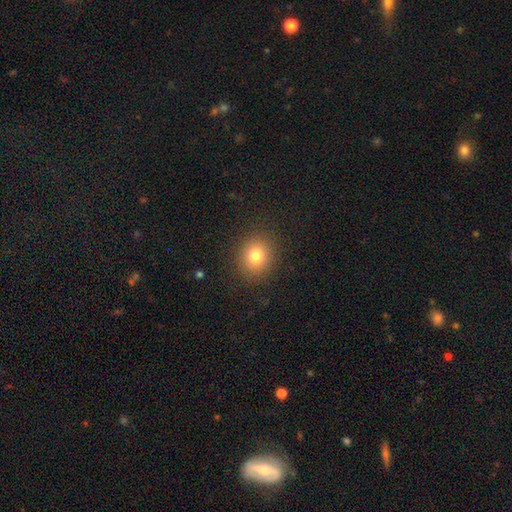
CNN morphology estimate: Smooth or featured? smooth (80%)
How rounded? round (76%)
Merging? none (88%)